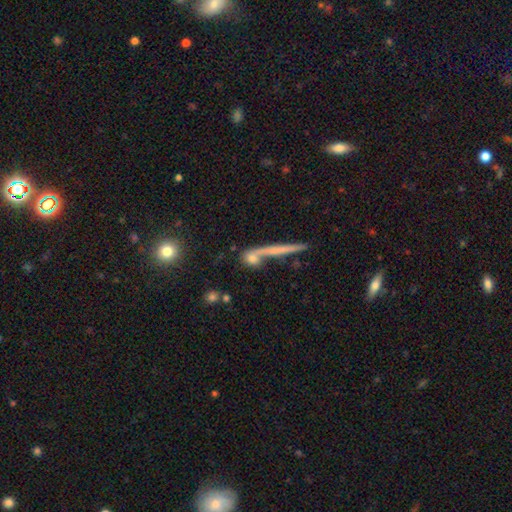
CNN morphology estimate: type=smooth (56%); roundness=cigar-shaped (49%); merging=none (53%).